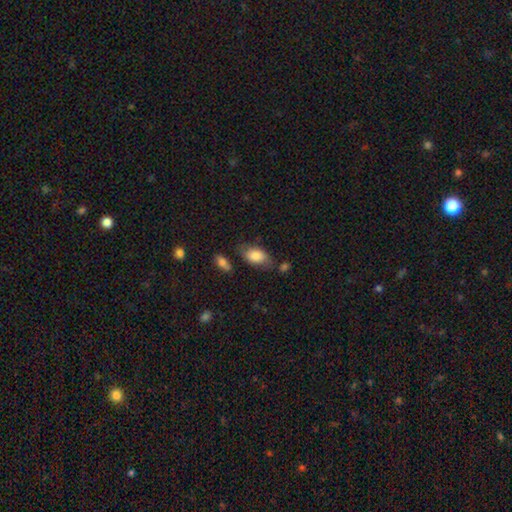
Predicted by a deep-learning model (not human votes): Smooth or featured: smooth — 80% (featured or disk — 13%)
How rounded: in between — 92% (round — 6%)
Merging: none — 62% (minor disturbance — 24%)